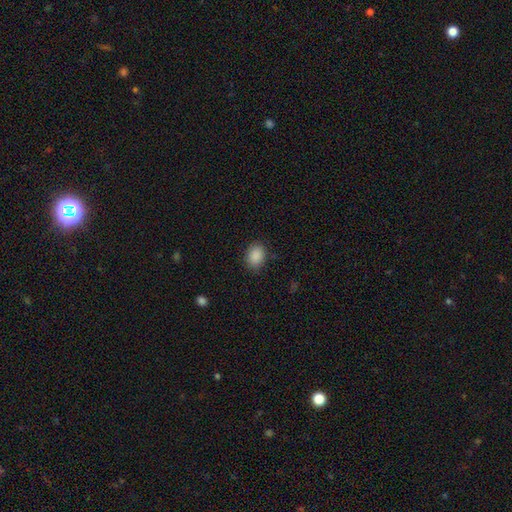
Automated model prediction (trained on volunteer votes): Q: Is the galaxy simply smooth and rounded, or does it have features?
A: smooth — 89%.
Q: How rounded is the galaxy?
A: in between — 68%.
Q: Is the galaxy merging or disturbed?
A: none — 85%.